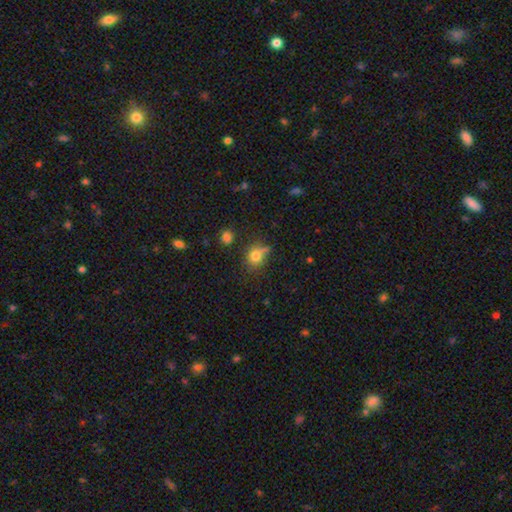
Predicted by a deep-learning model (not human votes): smooth-or-featured: smooth: 76% | star or artifact: 13% | featured or disk: 10%
  how-rounded: round: 61% | in between: 37% | cigar-shaped: 2%
  merging: none: 54% | minor disturbance: 26% | major disturbance: 11% | merger: 10%